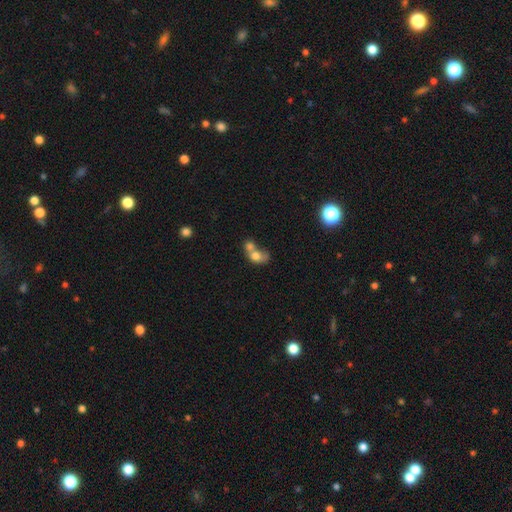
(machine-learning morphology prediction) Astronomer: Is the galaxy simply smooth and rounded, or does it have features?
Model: smooth — 69%.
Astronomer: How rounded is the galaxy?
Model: in between — 52% (runner-up: round, 46%).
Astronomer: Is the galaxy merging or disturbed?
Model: merger — 75%.